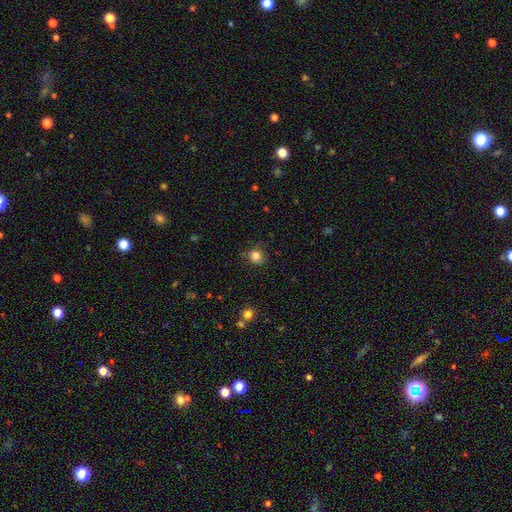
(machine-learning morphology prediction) Smooth or featured? smooth (83%)
How rounded? round (82%)
Merging? none (76%)